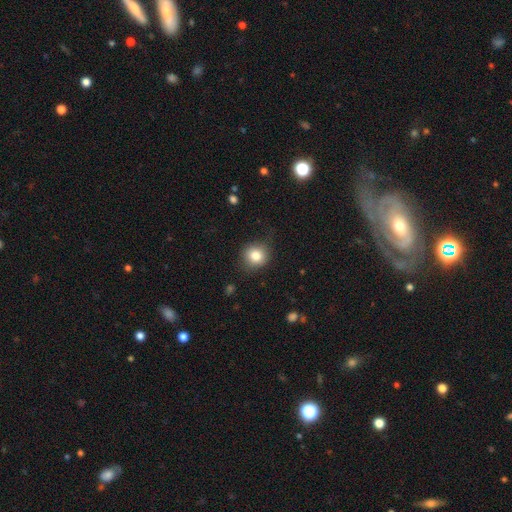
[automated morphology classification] smooth-or-featured: smooth: 83% | star or artifact: 10% | featured or disk: 7%
  how-rounded: round: 86% | in between: 13% | cigar-shaped: 1%
  merging: none: 80% | minor disturbance: 15% | major disturbance: 4% | merger: 1%